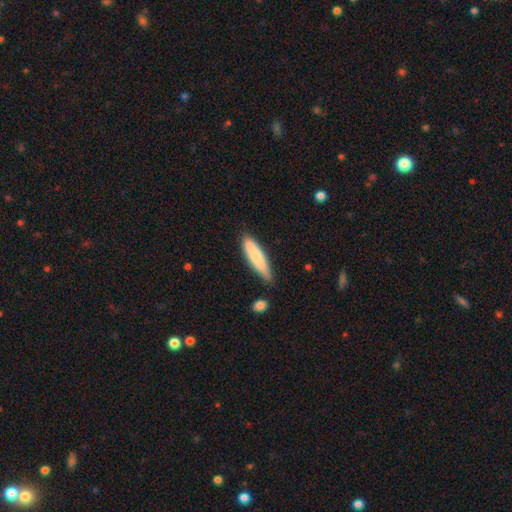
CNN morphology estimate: Q: Smooth or featured?
A: smooth (75%); runner-up: featured or disk (19%)
Q: How rounded?
A: cigar-shaped (73%); runner-up: in between (26%)
Q: Merging?
A: none (71%); runner-up: minor disturbance (22%)